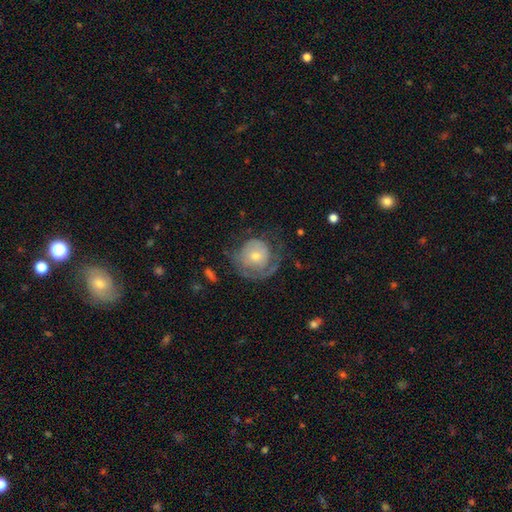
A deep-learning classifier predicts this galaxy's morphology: featured or disk 51%, smooth 41%, star or artifact 7%. Down the decision tree: edge-on disk — no (97%); merging — none (44%).